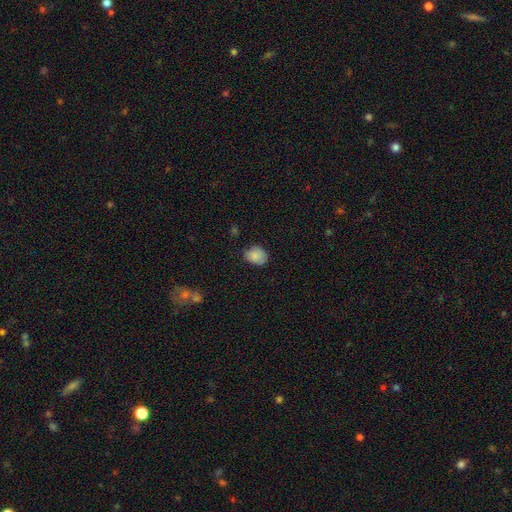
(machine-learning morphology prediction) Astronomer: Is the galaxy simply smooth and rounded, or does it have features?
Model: smooth — 84%.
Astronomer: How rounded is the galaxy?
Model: in between — 57% (runner-up: round, 42%).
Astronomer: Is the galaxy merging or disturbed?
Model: none — 72%.